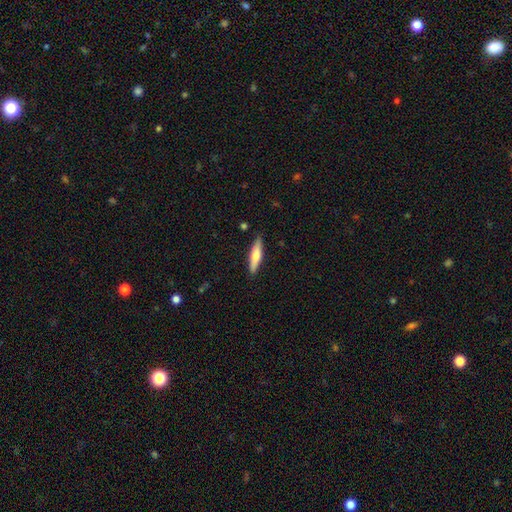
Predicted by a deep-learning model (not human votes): Morphology: type=smooth (58%); roundness=cigar-shaped (77%); merging=none (87%).